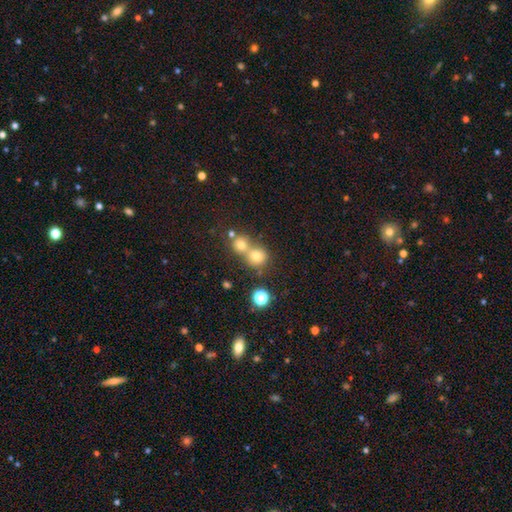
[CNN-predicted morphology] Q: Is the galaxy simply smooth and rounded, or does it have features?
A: smooth — 69%.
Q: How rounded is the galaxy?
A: round — 83%.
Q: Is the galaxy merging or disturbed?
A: merger — 47%.